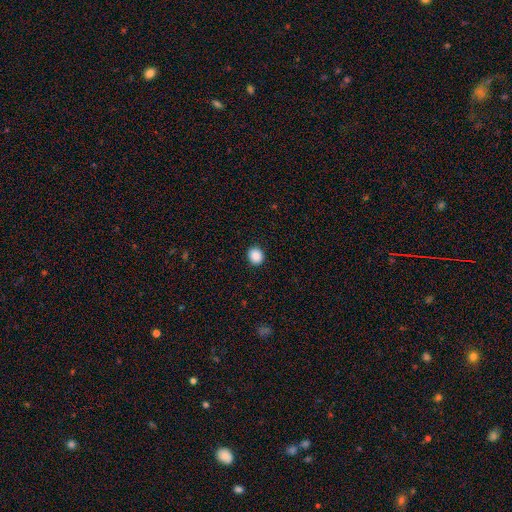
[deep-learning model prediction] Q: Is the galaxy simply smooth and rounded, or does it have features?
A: smooth — 89%.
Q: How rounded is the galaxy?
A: round — 77%.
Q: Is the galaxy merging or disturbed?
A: none — 92%.